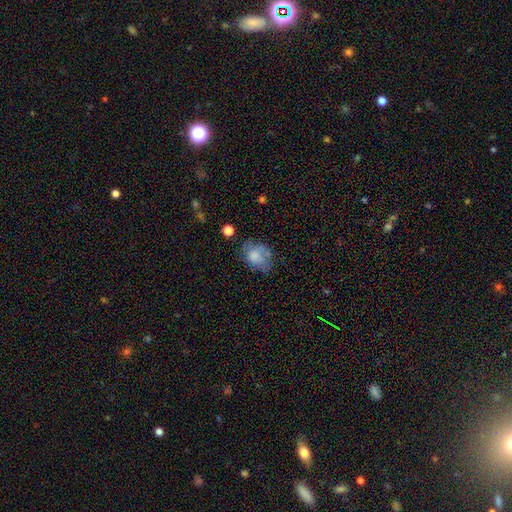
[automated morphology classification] Smooth or featured: smooth — 67% (featured or disk — 24%)
How rounded: in between — 69% (round — 30%)
Merging: none — 45% (minor disturbance — 30%)